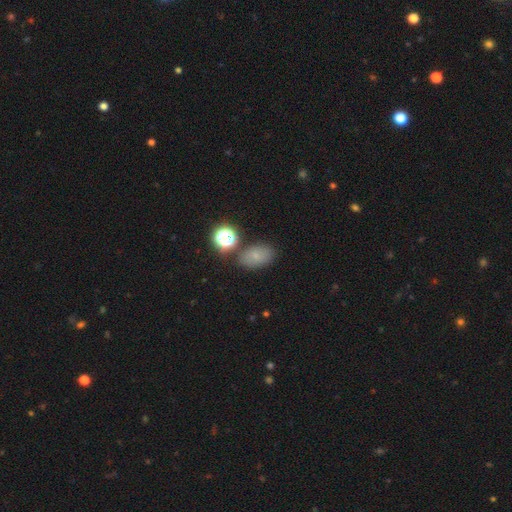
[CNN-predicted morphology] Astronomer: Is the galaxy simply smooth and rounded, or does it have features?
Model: smooth — 71%.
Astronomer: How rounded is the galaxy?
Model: in between — 83%.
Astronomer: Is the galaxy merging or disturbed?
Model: none — 75%.